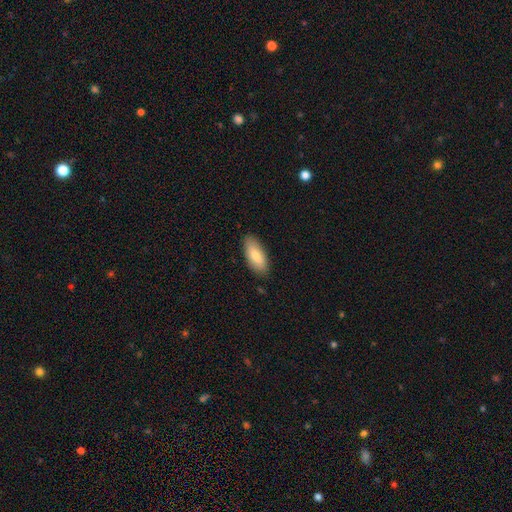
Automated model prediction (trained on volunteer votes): Smooth or featured? smooth (79%)
How rounded? in between (83%)
Merging? none (85%)